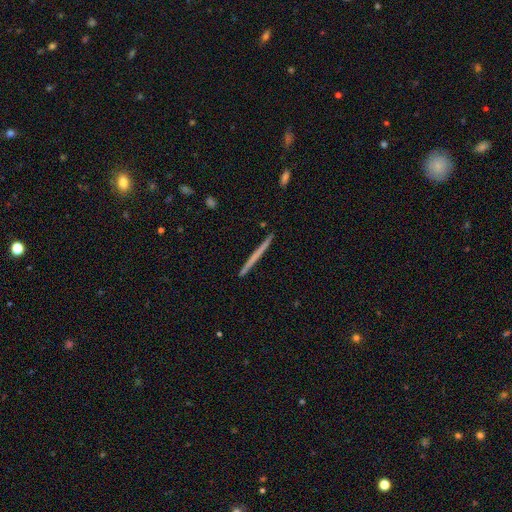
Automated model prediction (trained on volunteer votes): featured or disk 47% (tied), smooth 47% (tied), star or artifact 6%. Down the decision tree: merging — none (92%).